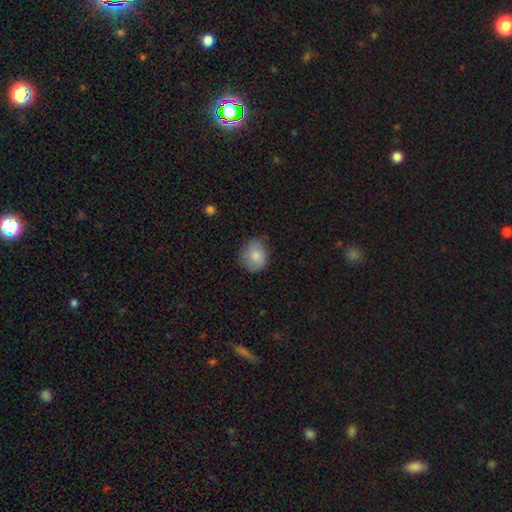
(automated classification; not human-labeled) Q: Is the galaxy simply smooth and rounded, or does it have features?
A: smooth — 69%.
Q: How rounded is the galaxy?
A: round — 73%.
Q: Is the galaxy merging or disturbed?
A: none — 69%.